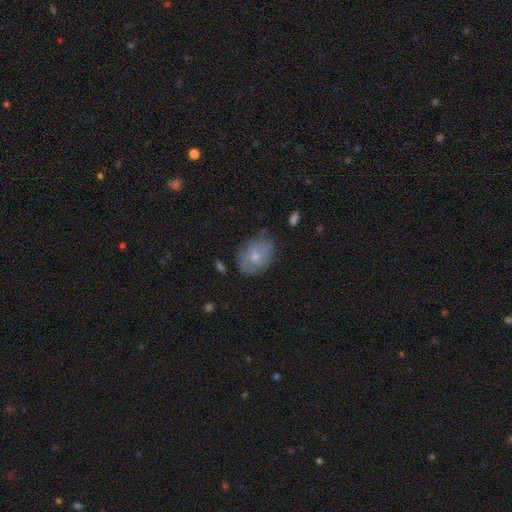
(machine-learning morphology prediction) smooth_or_featured: smooth (p=0.62) [alt: featured or disk p=0.30]
how_rounded: in between (p=0.61) [alt: round p=0.38]
merging: none (p=0.70) [alt: minor disturbance p=0.22]